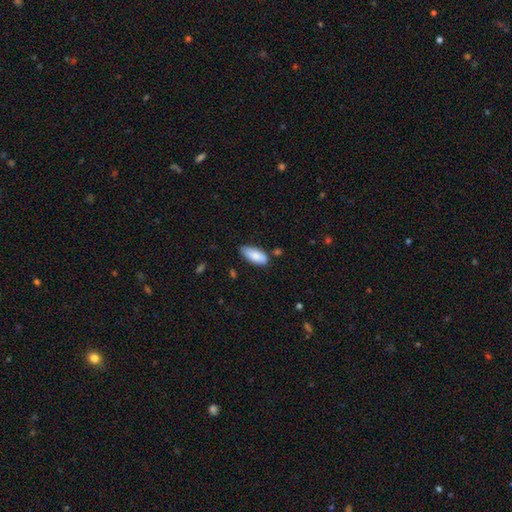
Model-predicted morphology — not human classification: smooth_or_featured: smooth (p=0.86) [alt: featured or disk p=0.08]
how_rounded: in between (p=0.84) [alt: cigar-shaped p=0.14]
merging: none (p=0.77) [alt: minor disturbance p=0.17]